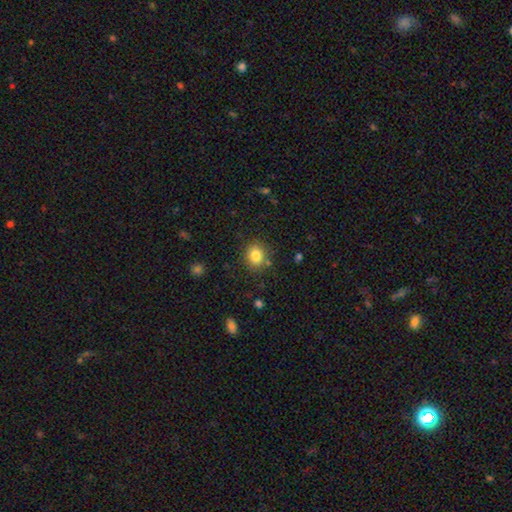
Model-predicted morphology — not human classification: A smooth galaxy with no disk features (82%) that is round (72%). Merging: none (84%).